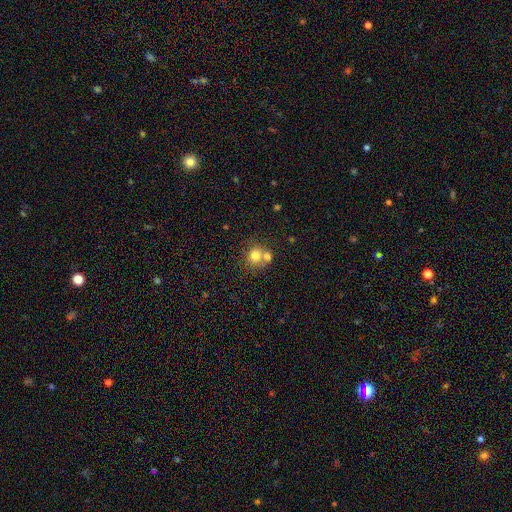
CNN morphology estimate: A smooth galaxy with no disk features (76%) that is round (84%).

Vote fractions:
- Smooth or featured? smooth: 76% / featured or disk: 12% / star or artifact: 12%
- How rounded? round: 84% / in between: 15% / cigar-shaped: 1%
- Merging? none: 49% / merger: 40% / minor disturbance: 8% / major disturbance: 3%